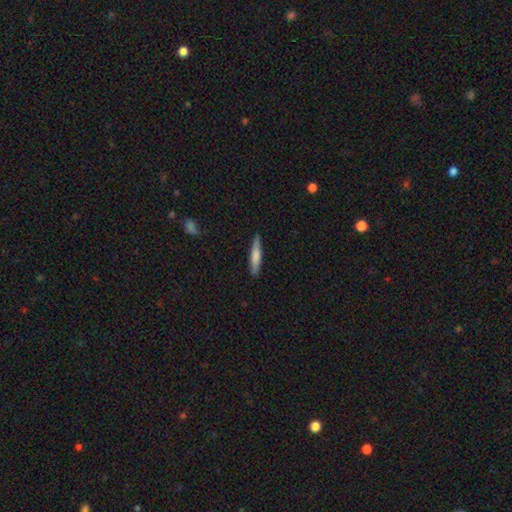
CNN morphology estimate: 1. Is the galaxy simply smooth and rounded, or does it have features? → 73% smooth, 22% featured or disk, 5% star or artifact.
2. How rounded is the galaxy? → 88% cigar-shaped, 11% in between, 1% round.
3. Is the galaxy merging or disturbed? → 84% none, 13% minor disturbance, 2% major disturbance, 1% merger.